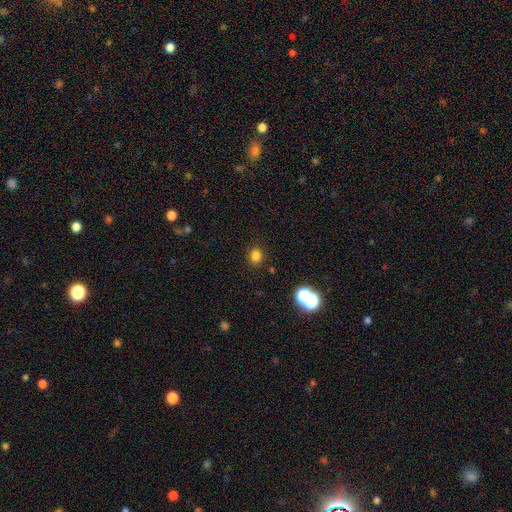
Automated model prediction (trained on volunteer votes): Smooth or featured: smooth — 80% (star or artifact — 15%)
How rounded: round — 77% (in between — 22%)
Merging: none — 87% (minor disturbance — 7%)